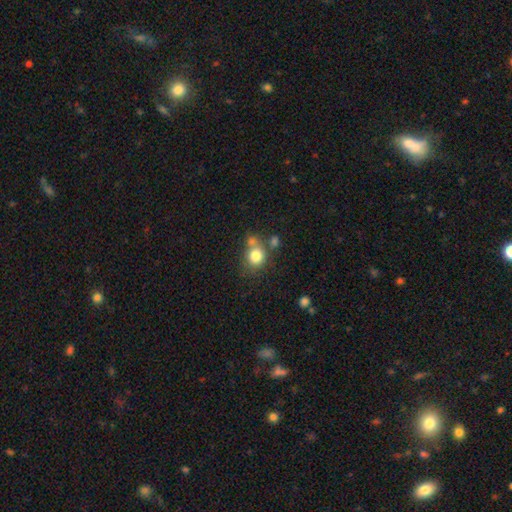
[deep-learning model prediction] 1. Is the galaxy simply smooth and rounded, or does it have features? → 80% smooth, 10% star or artifact, 10% featured or disk.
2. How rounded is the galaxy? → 76% round, 23% in between, 1% cigar-shaped.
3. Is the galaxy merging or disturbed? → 50% none, 29% merger, 14% minor disturbance, 7% major disturbance.